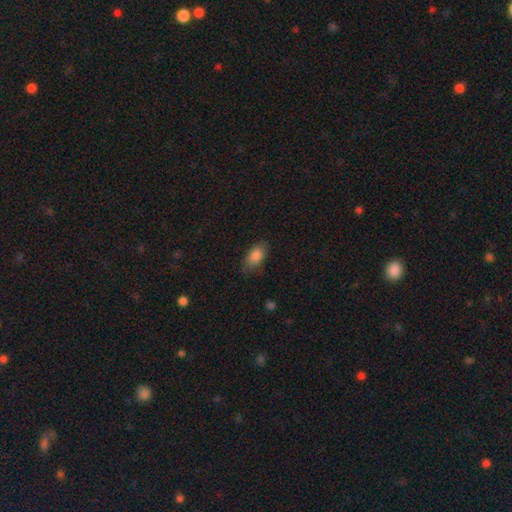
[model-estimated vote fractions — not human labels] Q: Smooth or featured?
A: smooth (86%); runner-up: star or artifact (7%)
Q: How rounded?
A: in between (91%); runner-up: round (5%)
Q: Merging?
A: none (79%); runner-up: minor disturbance (16%)